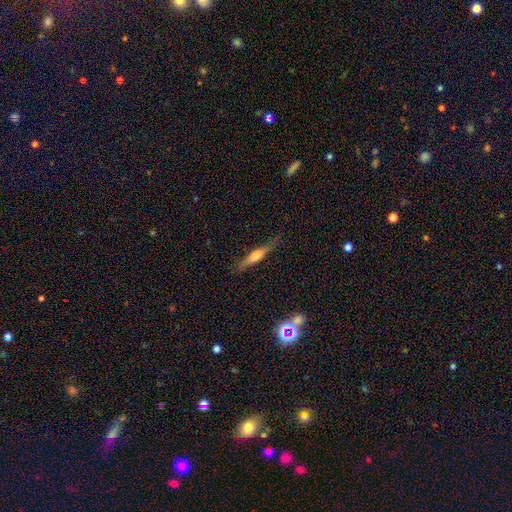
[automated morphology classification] Smooth or featured? Predicted: featured or disk (p=0.55). Edge-on disk? Predicted: yes (p=0.94). Edge-on bulge? Predicted: rounded (p=0.76). Merging? Predicted: none (p=0.80).